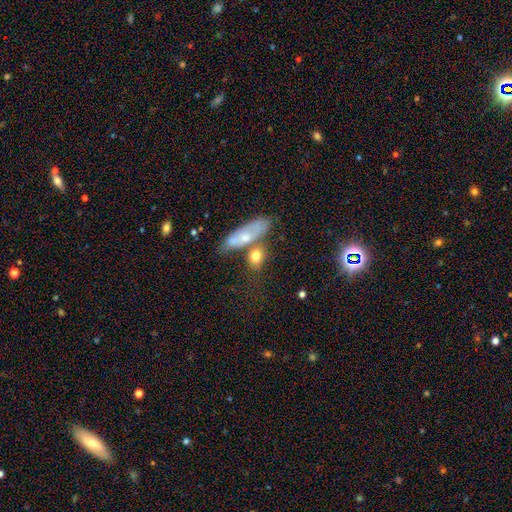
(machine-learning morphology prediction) smooth-or-featured: smooth: 70% | featured or disk: 21% | star or artifact: 9%
  how-rounded: in between: 55% | round: 29% | cigar-shaped: 17%
  merging: none: 48% | merger: 30% | minor disturbance: 15% | major disturbance: 7%